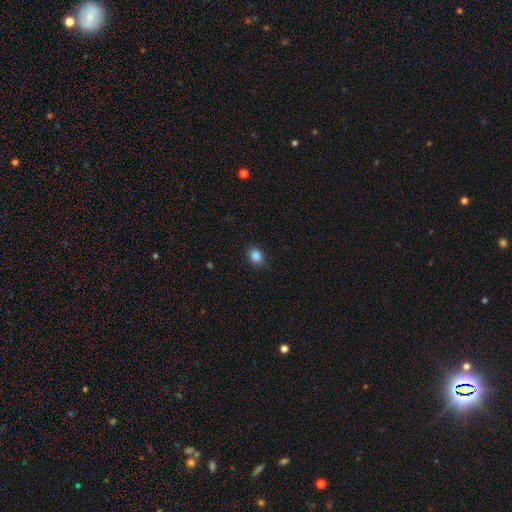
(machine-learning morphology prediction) Q: Smooth or featured?
A: smooth (86%); runner-up: star or artifact (10%)
Q: How rounded?
A: in between (50%); runner-up: round (49%)
Q: Merging?
A: none (88%); runner-up: minor disturbance (9%)